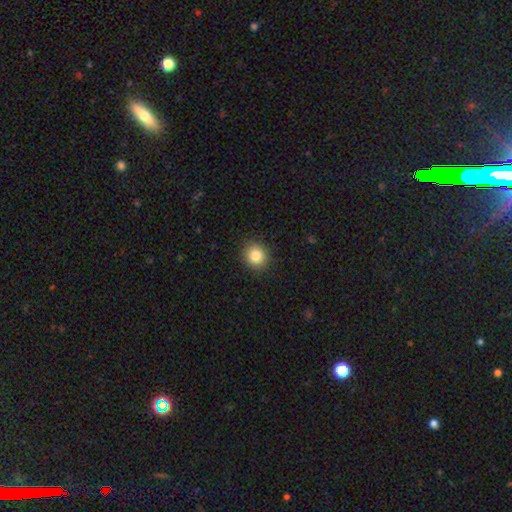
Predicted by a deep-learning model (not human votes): Smooth or featured?
  - smooth: 84% *
  - star or artifact: 10%
  - featured or disk: 6%
How rounded?
  - round: 86% *
  - in between: 13%
  - cigar-shaped: 1%
Merging?
  - none: 90% *
  - minor disturbance: 7%
  - major disturbance: 2%
  - merger: 1%